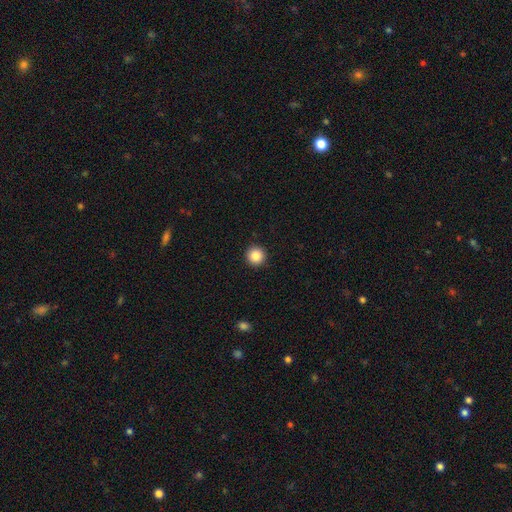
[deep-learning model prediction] Smooth or featured?
  - smooth: 86% *
  - star or artifact: 10%
  - featured or disk: 4%
How rounded?
  - round: 96% *
  - in between: 3%
  - cigar-shaped: 1%
Merging?
  - none: 93% *
  - minor disturbance: 4%
  - major disturbance: 1%
  - merger: 1%